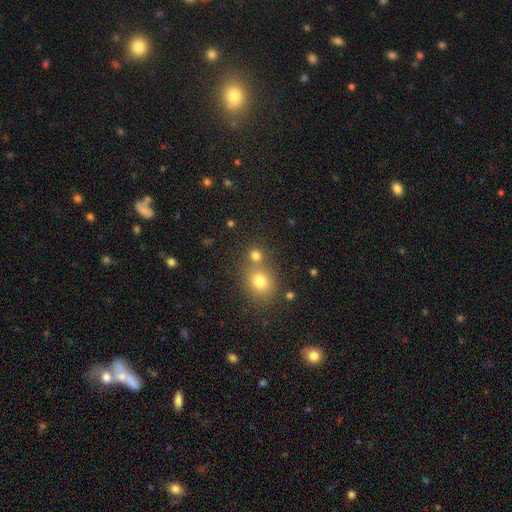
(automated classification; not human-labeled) Smooth or featured: smooth — 77% (star or artifact — 14%)
How rounded: round — 80% (in between — 19%)
Merging: none — 57% (merger — 32%)